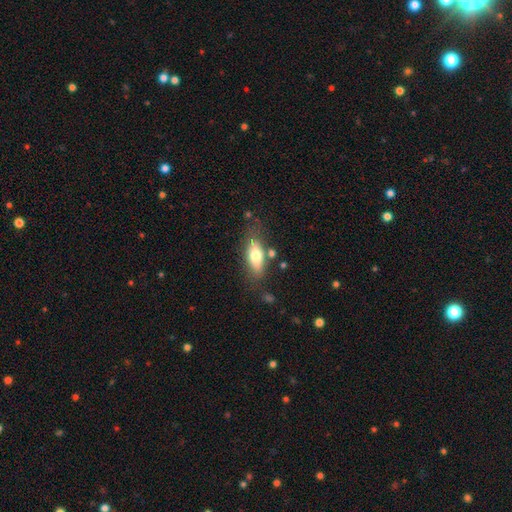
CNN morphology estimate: smooth 69%, featured or disk 24%, star or artifact 7%. Down the decision tree: how rounded — in between (79%); merging — none (70%).